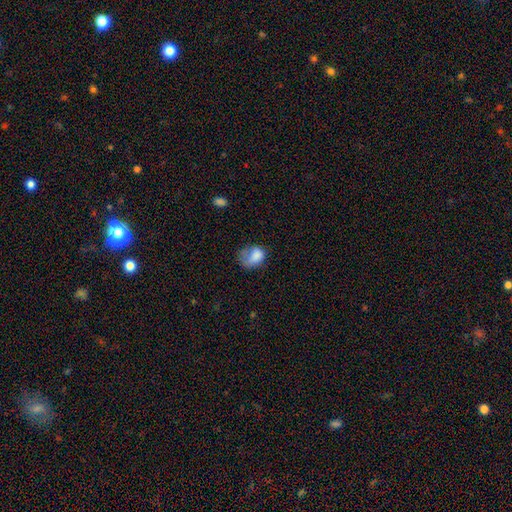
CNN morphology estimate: A smooth galaxy with no disk features (77%) that is in between round and cigar-shaped (61%).

Vote fractions:
- Smooth or featured? smooth: 77% / featured or disk: 14% / star or artifact: 9%
- How rounded? in between: 61% / round: 38% / cigar-shaped: 1%
- Merging? major disturbance: 36% / minor disturbance: 31% / none: 29% / merger: 4%